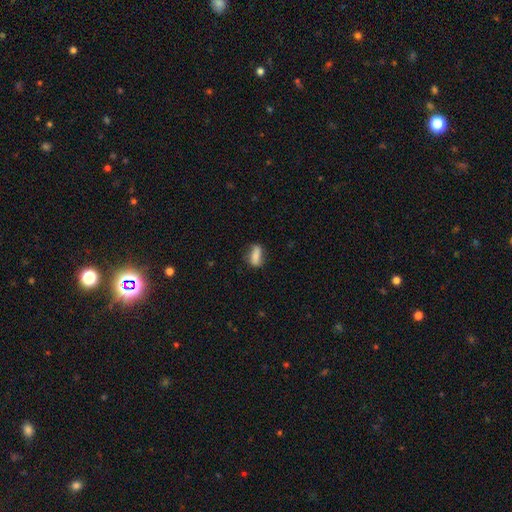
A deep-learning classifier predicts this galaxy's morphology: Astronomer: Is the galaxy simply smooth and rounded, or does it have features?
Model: smooth — 72%.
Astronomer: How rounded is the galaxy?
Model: in between — 68%.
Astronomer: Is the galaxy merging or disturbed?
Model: none — 68%.